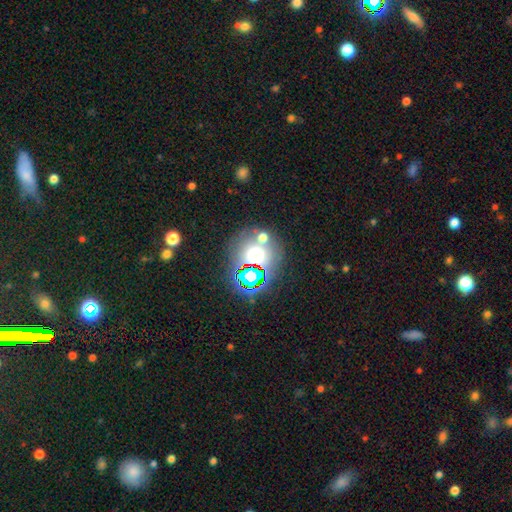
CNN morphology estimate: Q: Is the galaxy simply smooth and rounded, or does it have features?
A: smooth — 45%.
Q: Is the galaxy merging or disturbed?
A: none — 63%.